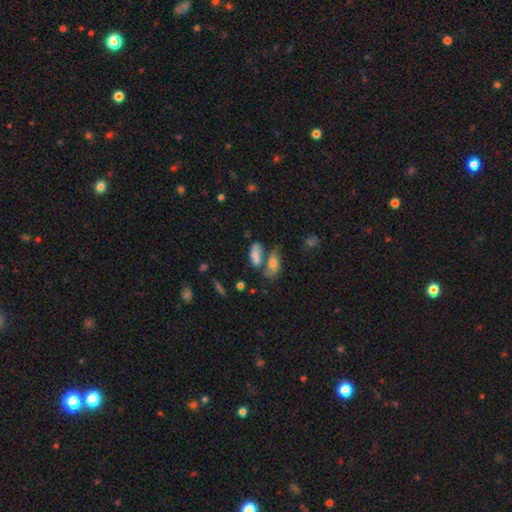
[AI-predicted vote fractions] Smooth or featured: smooth — 59% (featured or disk — 28%)
How rounded: in between — 83% (cigar-shaped — 9%)
Merging: merger — 55% (none — 24%)